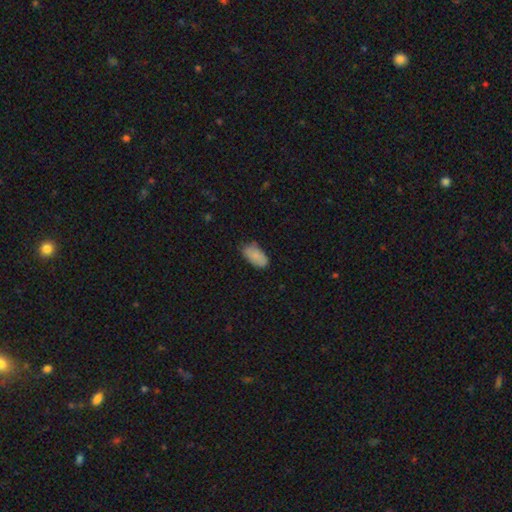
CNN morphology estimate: smooth-or-featured: smooth: 86% | star or artifact: 7% | featured or disk: 7%
  how-rounded: in between: 94% | cigar-shaped: 4% | round: 3%
  merging: none: 70% | minor disturbance: 24% | major disturbance: 4% | merger: 2%